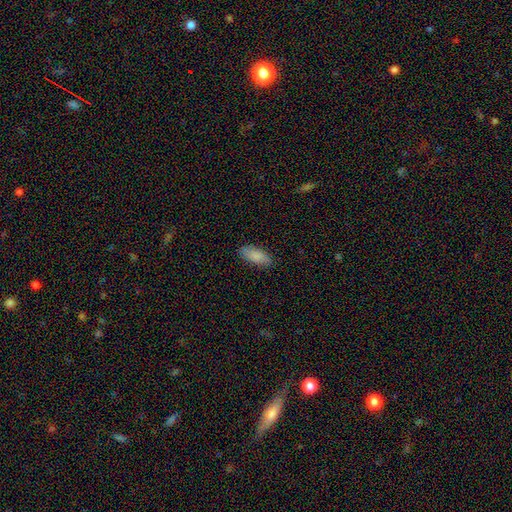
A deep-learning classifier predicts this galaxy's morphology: This appears to be a smooth galaxy with no disk features (86%) that is in between round and cigar-shaped (84%). Merging: none (86%).